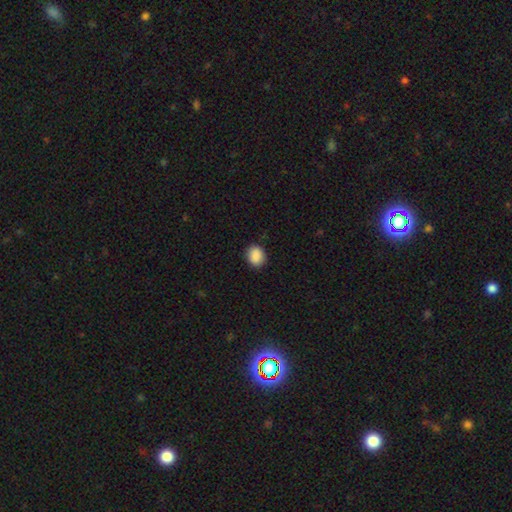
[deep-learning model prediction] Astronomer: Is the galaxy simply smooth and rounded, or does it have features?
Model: smooth — 89%.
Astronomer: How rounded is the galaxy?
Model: round — 57% (runner-up: in between, 42%).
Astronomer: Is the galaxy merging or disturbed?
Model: none — 87%.